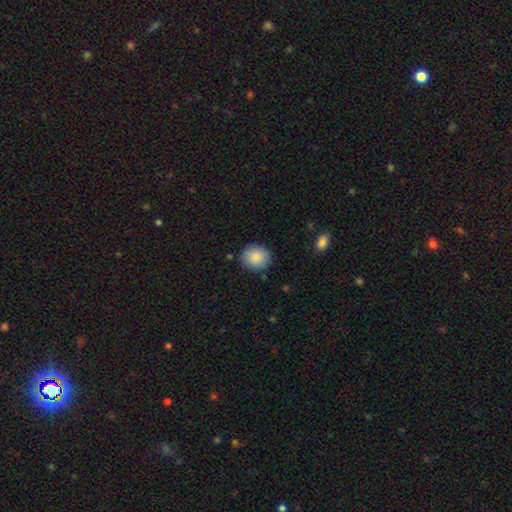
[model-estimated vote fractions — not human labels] smooth-or-featured: smooth: 87% | star or artifact: 8% | featured or disk: 5%
  how-rounded: round: 81% | in between: 18% | cigar-shaped: 1%
  merging: none: 87% | minor disturbance: 9% | major disturbance: 2% | merger: 1%